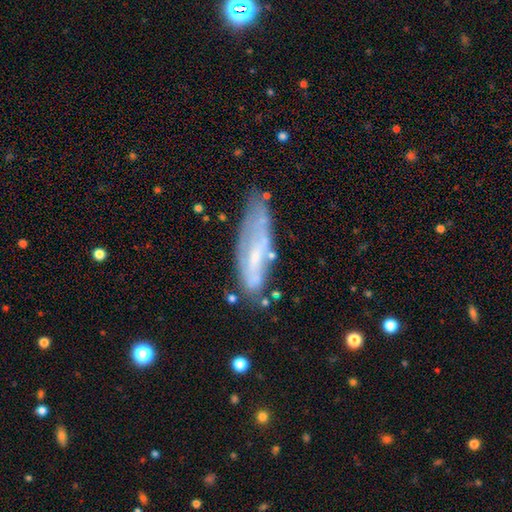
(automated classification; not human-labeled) featured or disk 53%, smooth 38%, star or artifact 9%. Down the decision tree: edge-on disk — no (69%); merging — none (50%).